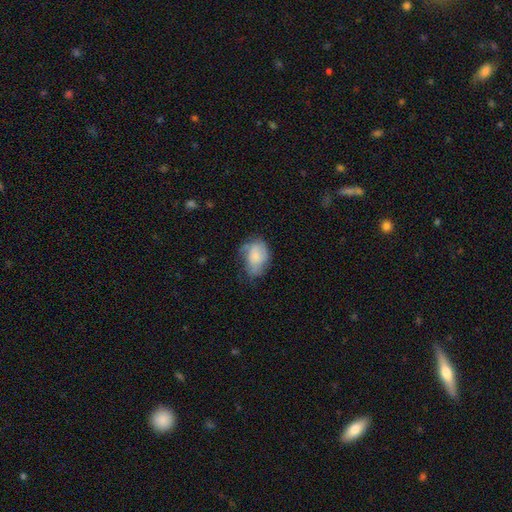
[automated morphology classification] Smooth or featured? Predicted: smooth (p=0.67). How rounded? Predicted: in between (p=0.79). Merging? Predicted: none (p=0.39).